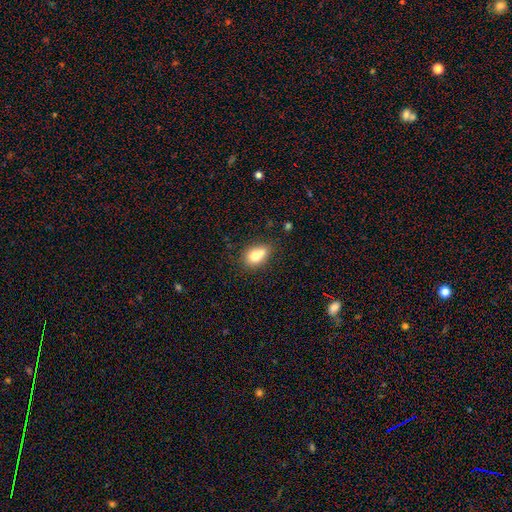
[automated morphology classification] smooth-or-featured: smooth: 72% | featured or disk: 19% | star or artifact: 10%
  how-rounded: in between: 53% | round: 46% | cigar-shaped: 1%
  merging: merger: 44% | none: 38% | minor disturbance: 14% | major disturbance: 5%